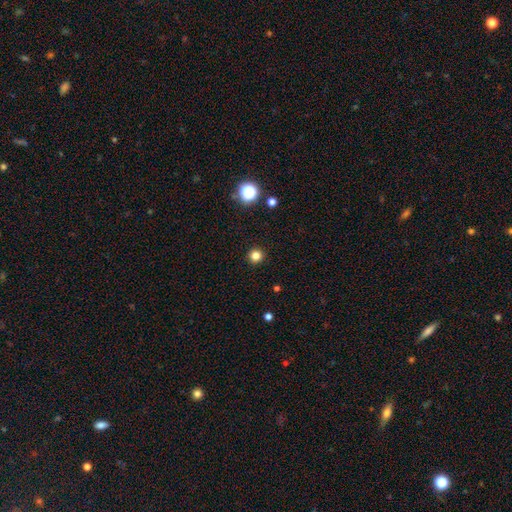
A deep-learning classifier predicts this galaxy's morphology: type=smooth (82%); roundness=round (95%); merging=none (93%).